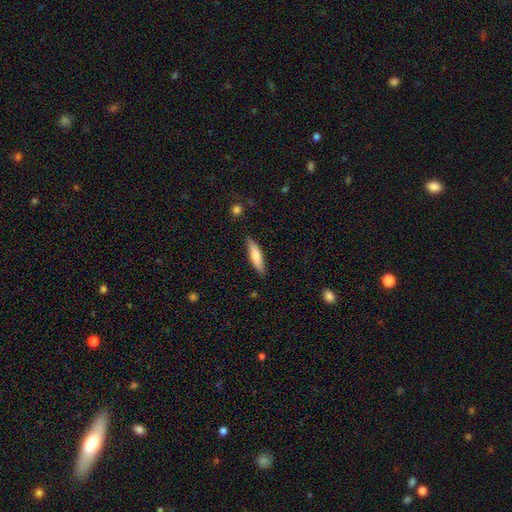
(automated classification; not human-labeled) Smooth or featured: smooth — 71% (featured or disk — 24%)
How rounded: cigar-shaped — 73% (in between — 25%)
Merging: none — 85% (minor disturbance — 12%)